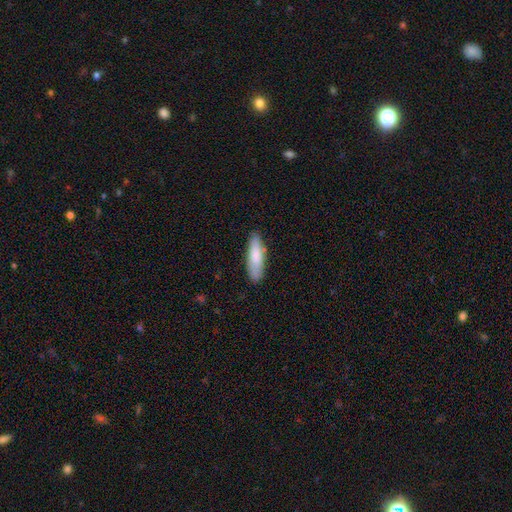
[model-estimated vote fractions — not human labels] smooth 81%, featured or disk 14%, star or artifact 5%. Down the decision tree: how rounded — cigar-shaped (55%); merging — none (84%).